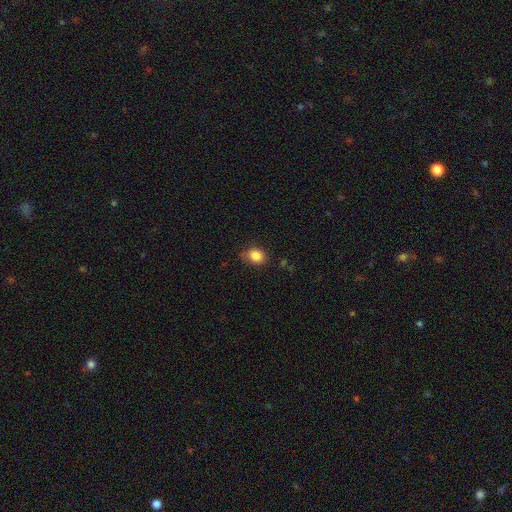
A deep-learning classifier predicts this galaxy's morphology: The model was most divided on "how rounded": in between: 53%, round: 46%, cigar-shaped: 1%. More confident: smooth or featured — smooth (85%); merging — none (76%).